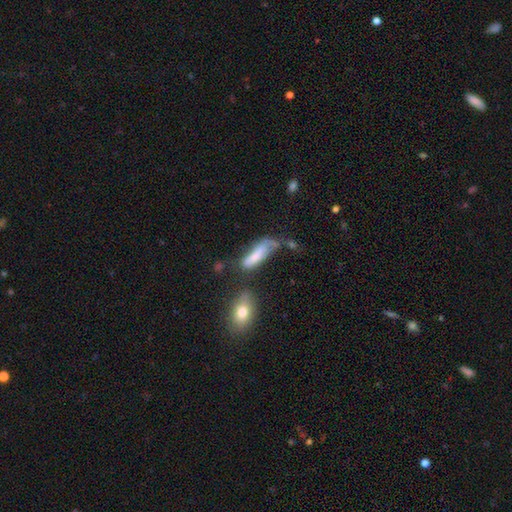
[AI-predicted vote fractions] smooth 68%, featured or disk 24%, star or artifact 9%. Down the decision tree: how rounded — cigar-shaped (49%, tied with in between); merging — none (29%).